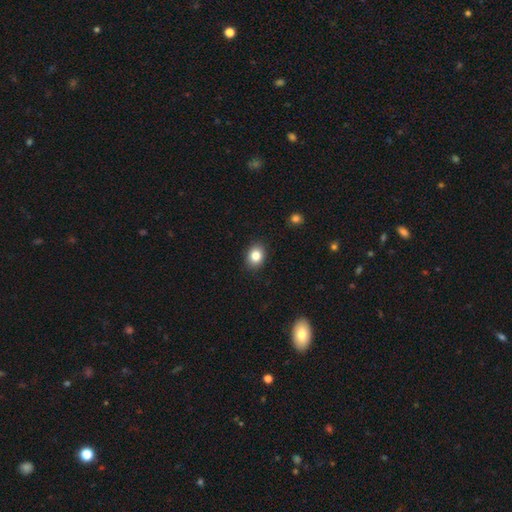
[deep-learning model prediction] Smooth or featured?
  - smooth: 83% *
  - star or artifact: 10%
  - featured or disk: 8%
How rounded?
  - in between: 54% *
  - round: 45%
  - cigar-shaped: 1%
Merging?
  - none: 90% *
  - minor disturbance: 8%
  - major disturbance: 2%
  - merger: 1%